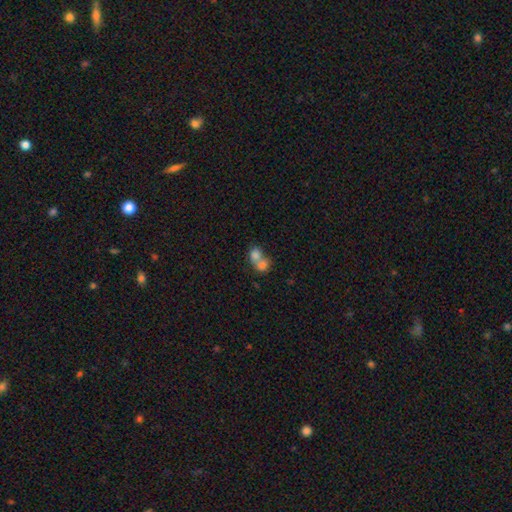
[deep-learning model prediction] smooth_or_featured: smooth (p=0.76) [alt: featured or disk p=0.15]
how_rounded: round (p=0.60) [alt: in between p=0.39]
merging: merger (p=0.74) [alt: none p=0.19]